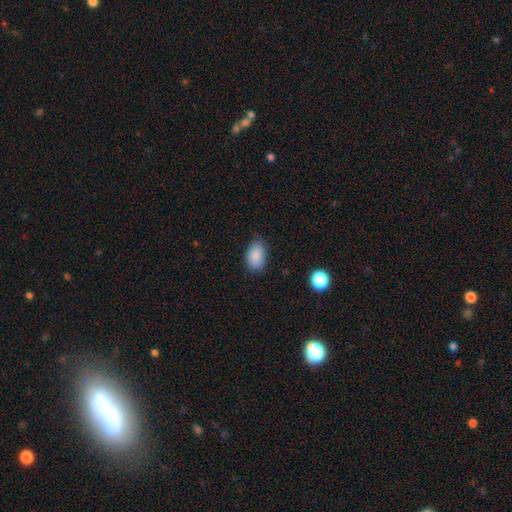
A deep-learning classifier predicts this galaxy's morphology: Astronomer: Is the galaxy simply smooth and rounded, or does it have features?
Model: smooth — 87%.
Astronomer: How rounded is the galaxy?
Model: in between — 87%.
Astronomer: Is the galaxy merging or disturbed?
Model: none — 79%.